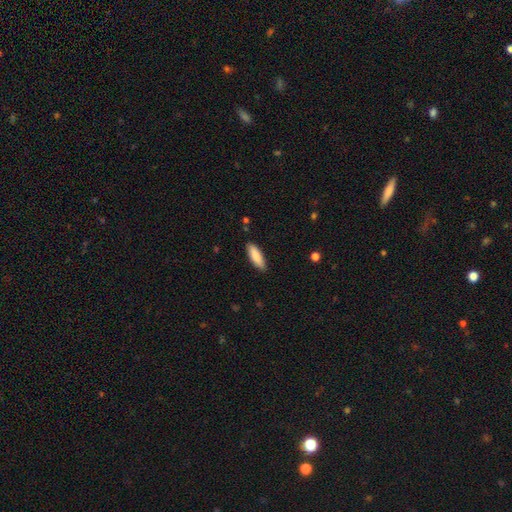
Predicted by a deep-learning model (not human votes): The model was most divided on "how rounded": in between: 54%, cigar-shaped: 44%, round: 1%. More confident: merging — none (87%); smooth or featured — smooth (86%).